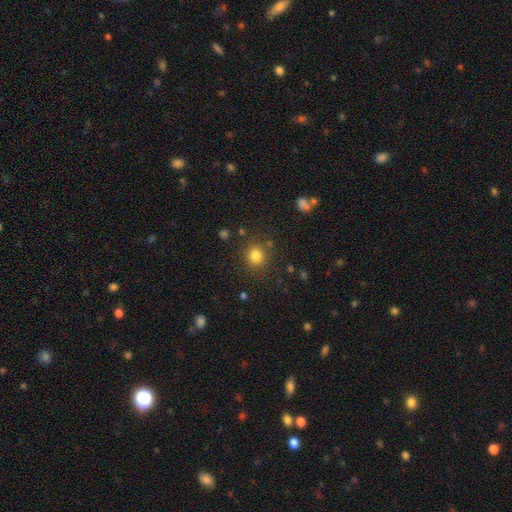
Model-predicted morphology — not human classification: The model was most divided on "how rounded": round: 82%, in between: 18%, cigar-shaped: 1%. More confident: merging — none (84%); smooth or featured — smooth (81%).